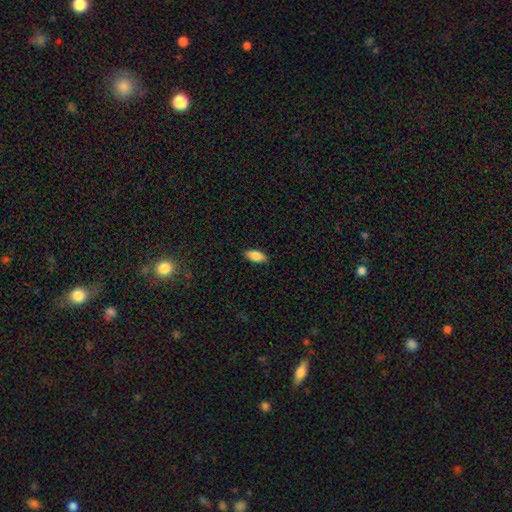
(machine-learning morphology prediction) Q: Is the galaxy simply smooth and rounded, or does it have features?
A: smooth — 84%.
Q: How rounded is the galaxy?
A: in between — 87%.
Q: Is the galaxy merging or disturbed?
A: none — 88%.